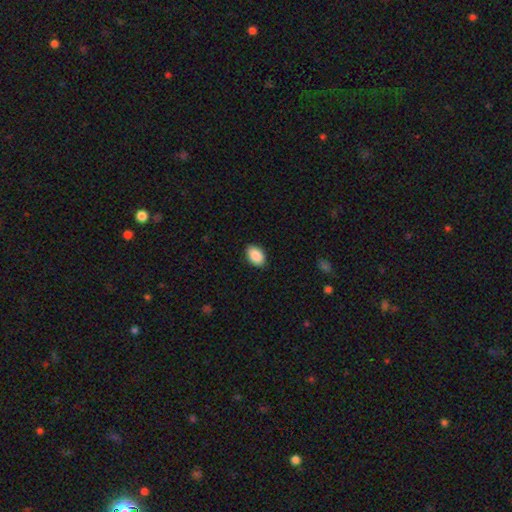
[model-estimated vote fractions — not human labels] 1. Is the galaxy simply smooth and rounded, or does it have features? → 91% smooth, 6% star or artifact, 3% featured or disk.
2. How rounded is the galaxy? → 90% in between, 9% round, 1% cigar-shaped.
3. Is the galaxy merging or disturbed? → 89% none, 8% minor disturbance, 2% major disturbance, 1% merger.